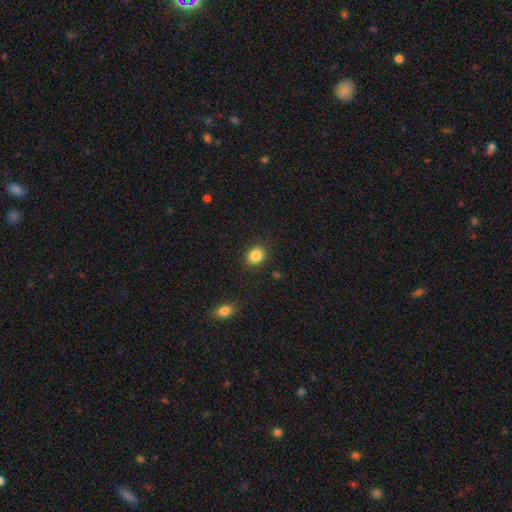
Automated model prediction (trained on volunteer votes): Smooth or featured? Predicted: smooth (p=0.86). How rounded? Predicted: round (p=0.57). Merging? Predicted: none (p=0.88).